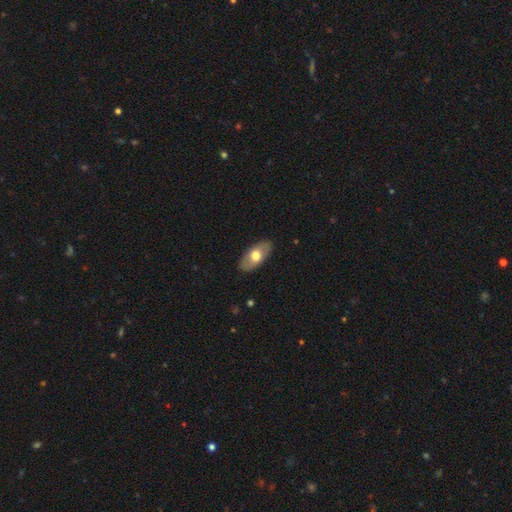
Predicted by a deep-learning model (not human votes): Smooth or featured: smooth — 64% (featured or disk — 31%)
How rounded: in between — 92% (cigar-shaped — 5%)
Merging: none — 86% (minor disturbance — 10%)